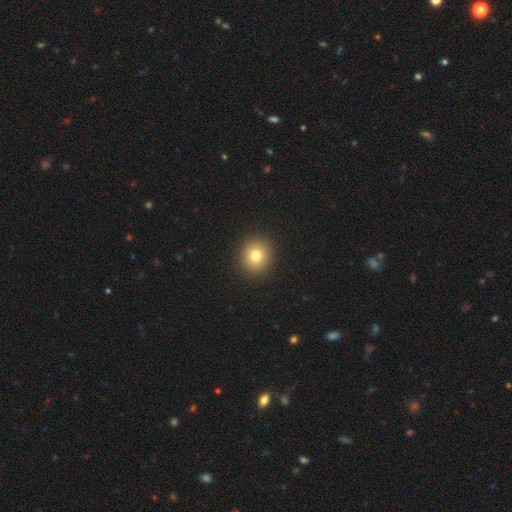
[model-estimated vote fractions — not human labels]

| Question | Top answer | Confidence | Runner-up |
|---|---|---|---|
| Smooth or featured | smooth | 79% | star or artifact (12%) |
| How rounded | round | 83% | in between (16%) |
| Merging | none | 91% | minor disturbance (6%) |